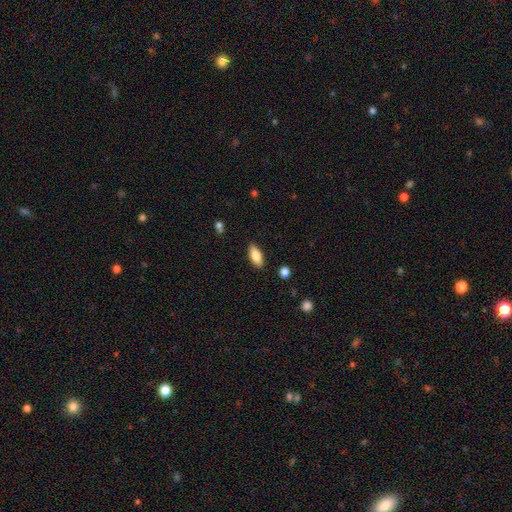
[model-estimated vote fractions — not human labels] Smooth or featured: smooth — 78% (featured or disk — 16%)
How rounded: in between — 80% (cigar-shaped — 17%)
Merging: none — 86% (minor disturbance — 10%)